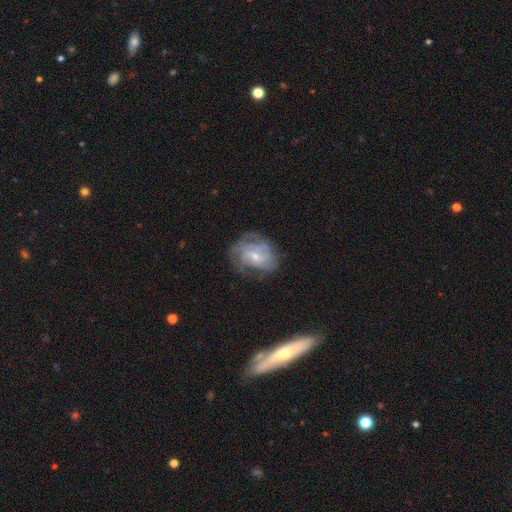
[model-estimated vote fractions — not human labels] smooth-or-featured: featured or disk: 75% | smooth: 18% | star or artifact: 7%
  disk-edge-on: no: 97% | yes: 3%
    bar: no: 52% | weak: 40% | strong: 8%
    has-spiral-arms: yes: 87% | no: 13%
      spiral-winding: tight: 50% | medium: 37% | loose: 13%
      spiral-arm-count: can't tell: 39% | 3: 22% | 2: 19% | 4: 11% | 1: 5% | more than 4: 4%
    bulge-size: small: 61% | moderate: 34% | none: 3% | large: 2% | dominant: 1%
  merging: none: 63% | minor disturbance: 22% | major disturbance: 14% | merger: 1%